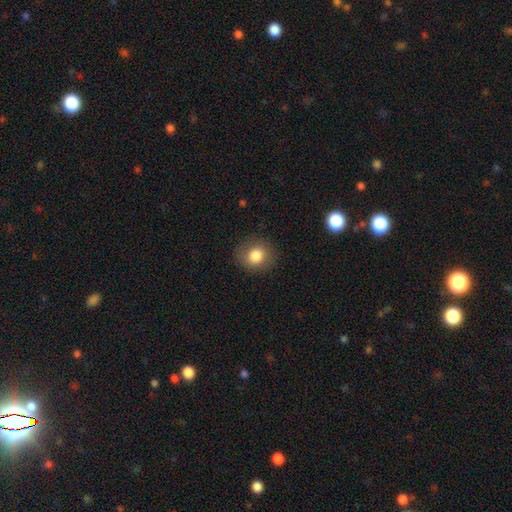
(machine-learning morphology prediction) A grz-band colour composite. It shows a smooth galaxy with no disk features (81%) that is round (79%). Merging: none (86%).